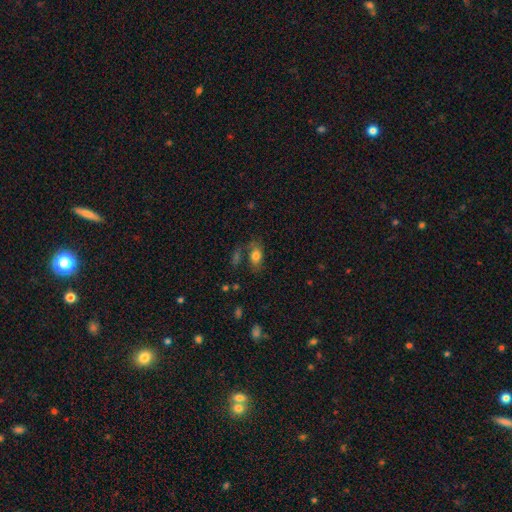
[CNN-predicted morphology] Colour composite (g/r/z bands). It shows a smooth galaxy with no disk features (72%) that is in between round and cigar-shaped (83%). Merging: none (53%).